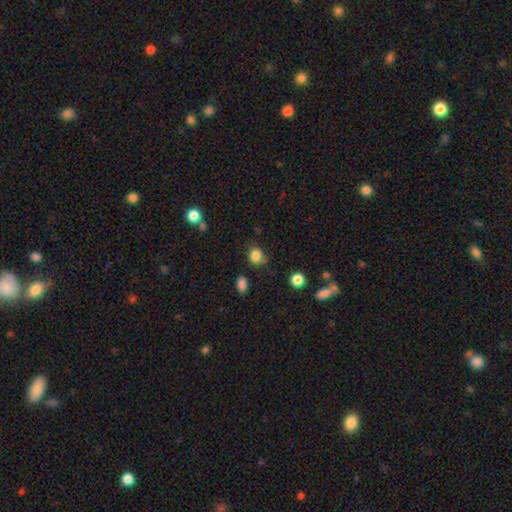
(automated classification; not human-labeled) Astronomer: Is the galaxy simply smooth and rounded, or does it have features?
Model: smooth — 83%.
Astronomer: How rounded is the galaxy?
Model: round — 66%.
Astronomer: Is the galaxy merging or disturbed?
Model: none — 68%.